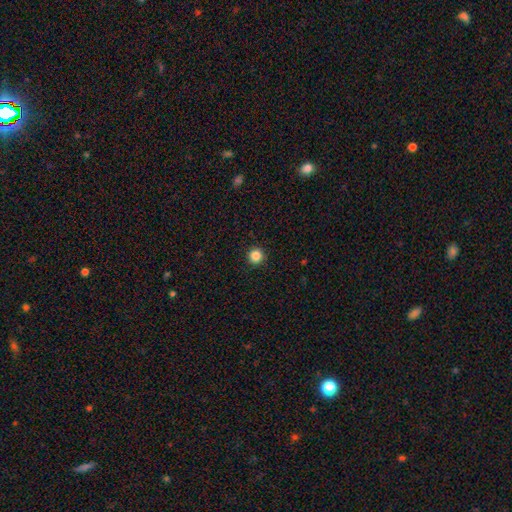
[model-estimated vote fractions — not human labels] Smooth or featured?
  - smooth: 85% *
  - star or artifact: 11%
  - featured or disk: 4%
How rounded?
  - round: 96% *
  - in between: 3%
  - cigar-shaped: 1%
Merging?
  - none: 93% *
  - minor disturbance: 5%
  - major disturbance: 2%
  - merger: 1%